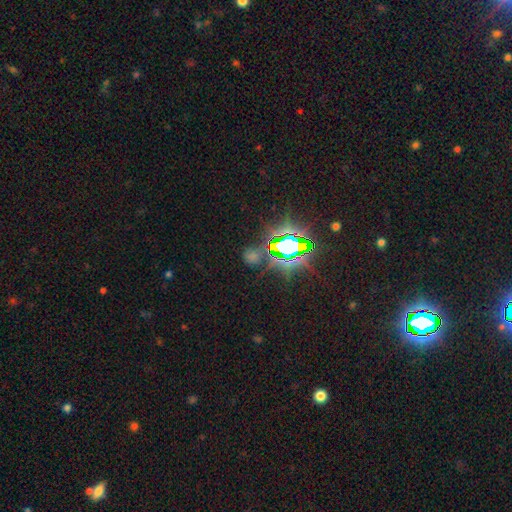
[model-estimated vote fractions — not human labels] smooth-or-featured: star or artifact: 64% | smooth: 27% | featured or disk: 9%